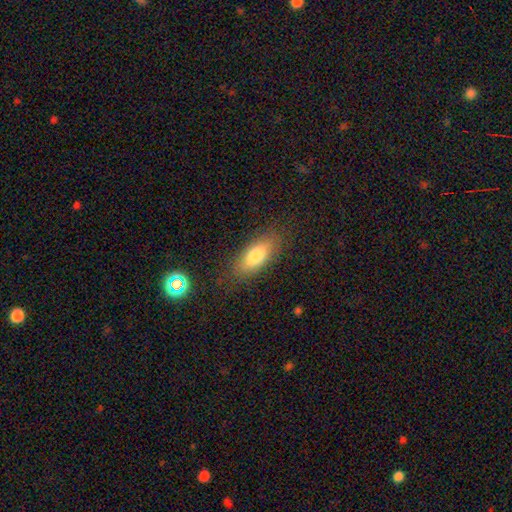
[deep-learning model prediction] smooth-or-featured: smooth: 76% | featured or disk: 16% | star or artifact: 7%
  how-rounded: in between: 81% | cigar-shaped: 16% | round: 3%
  merging: none: 81% | minor disturbance: 13% | major disturbance: 4% | merger: 1%